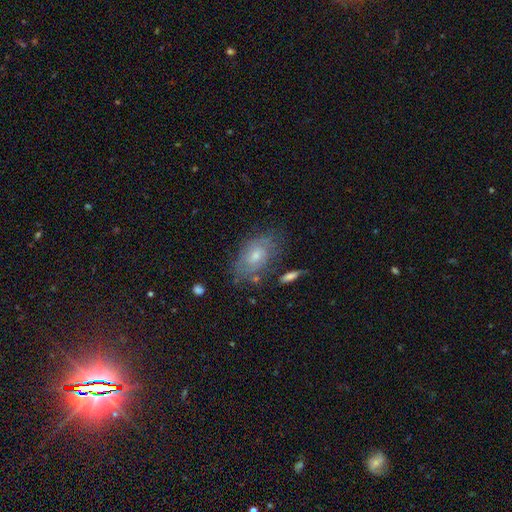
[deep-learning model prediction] Smooth or featured? featured or disk (56%)
Edge-on disk? no (93%)
Bar? no (69%)
Spiral arms? yes (69%)
Bulge size? moderate (46%)
Merging? none (65%)